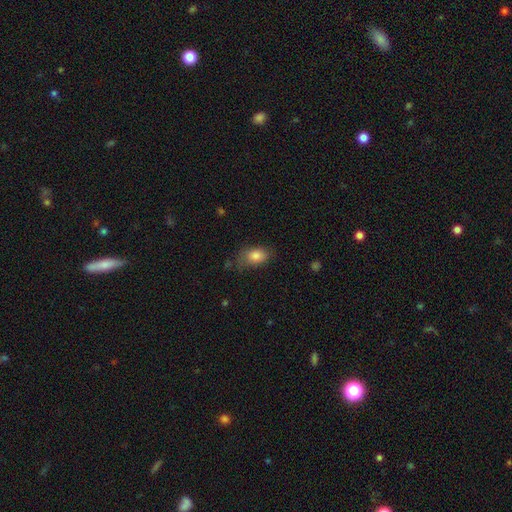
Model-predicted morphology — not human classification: smooth 84%, star or artifact 8%, featured or disk 8%. Down the decision tree: how rounded — in between (84%); merging — none (61%).